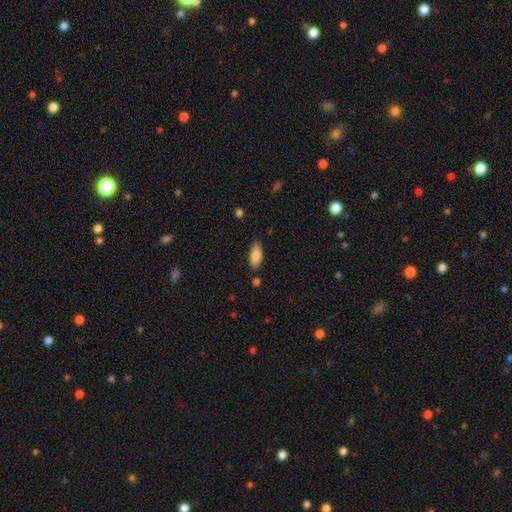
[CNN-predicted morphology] Q: Smooth or featured?
A: smooth (84%); runner-up: featured or disk (9%)
Q: How rounded?
A: in between (76%); runner-up: cigar-shaped (22%)
Q: Merging?
A: none (81%); runner-up: minor disturbance (14%)